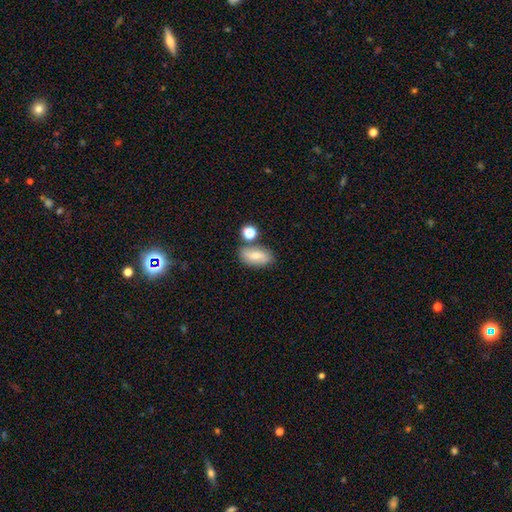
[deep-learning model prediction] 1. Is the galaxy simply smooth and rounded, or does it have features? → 69% smooth, 22% featured or disk, 9% star or artifact.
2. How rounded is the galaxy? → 86% in between, 9% round, 5% cigar-shaped.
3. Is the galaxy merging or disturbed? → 68% none, 15% minor disturbance, 13% merger, 4% major disturbance.